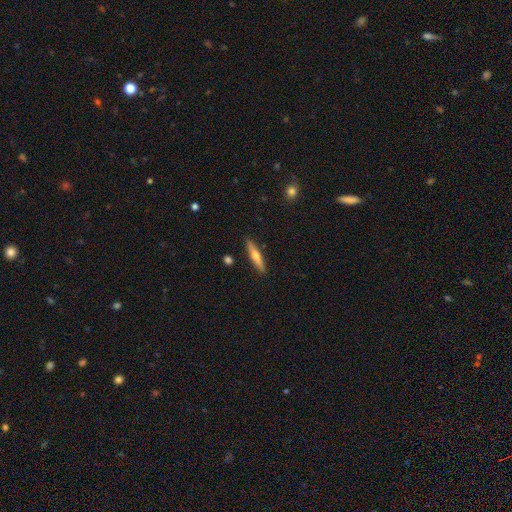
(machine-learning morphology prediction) Smooth or featured? smooth (49%)
Merging? none (89%)